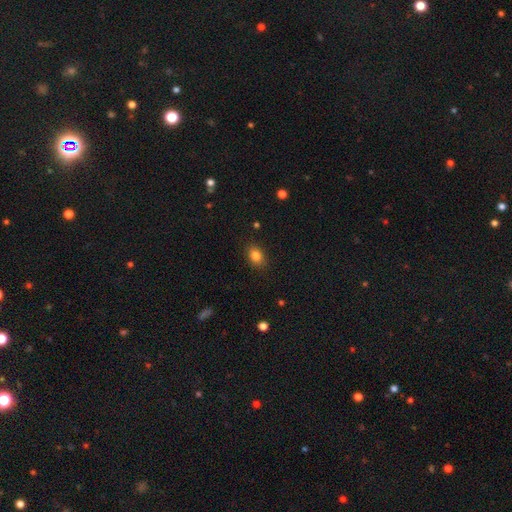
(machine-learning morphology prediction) Smooth or featured? Predicted: smooth (p=0.83). How rounded? Predicted: in between (p=0.68). Merging? Predicted: none (p=0.86).